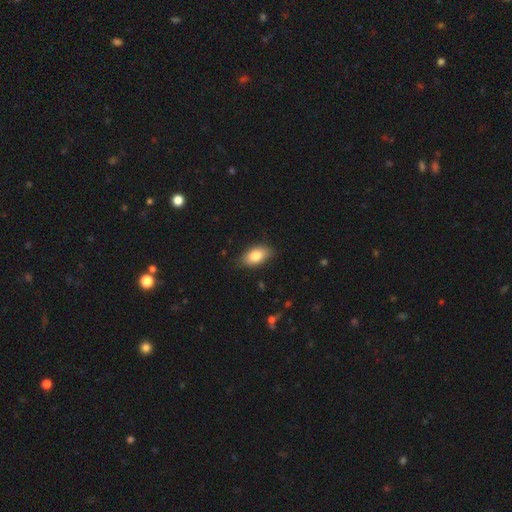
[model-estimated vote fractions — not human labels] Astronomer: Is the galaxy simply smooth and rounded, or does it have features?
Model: smooth — 83%.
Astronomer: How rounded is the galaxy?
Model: in between — 92%.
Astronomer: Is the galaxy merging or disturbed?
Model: none — 83%.